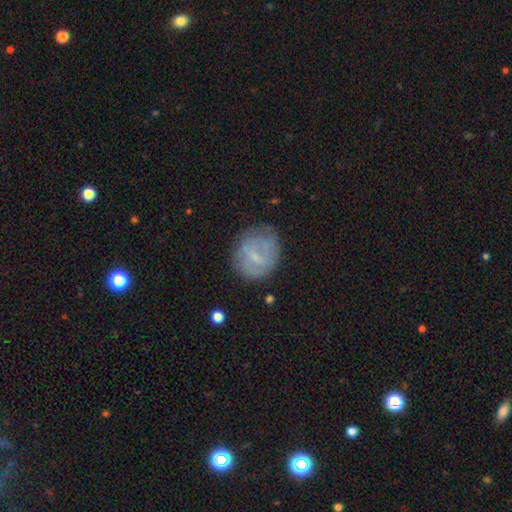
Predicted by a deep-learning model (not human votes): Smooth or featured?
  - featured or disk: 46% * (tied)
  - smooth: 46% * (tied)
  - star or artifact: 8%
Merging?
  - none: 68% *
  - minor disturbance: 22%
  - major disturbance: 9%
  - merger: 2%